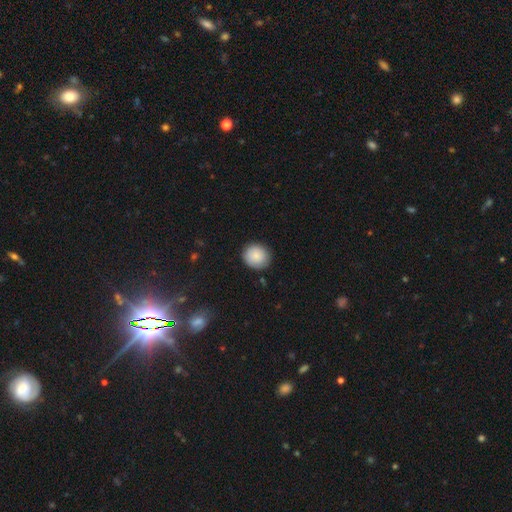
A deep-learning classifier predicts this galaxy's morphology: type=smooth (88%); roundness=round (85%); merging=none (87%).